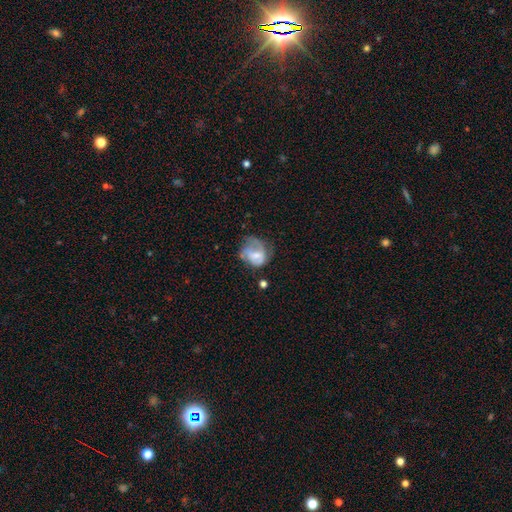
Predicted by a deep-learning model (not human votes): Smooth or featured? Predicted: smooth (p=0.46, tied with featured or disk). Merging? Predicted: major disturbance (p=0.35).